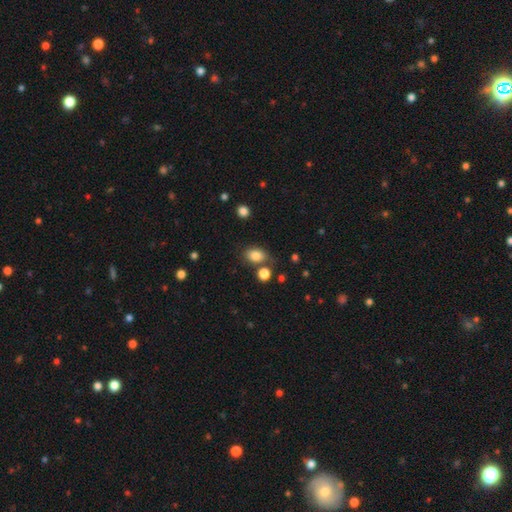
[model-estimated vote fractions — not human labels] Q: Smooth or featured?
A: smooth (83%); runner-up: star or artifact (10%)
Q: How rounded?
A: in between (78%); runner-up: round (20%)
Q: Merging?
A: none (67%); runner-up: minor disturbance (16%)